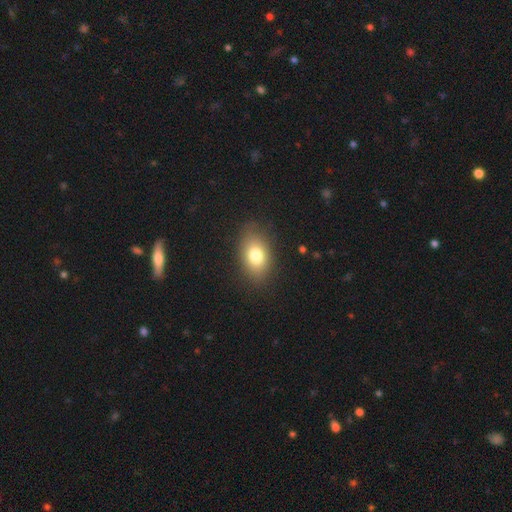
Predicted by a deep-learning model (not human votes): This is likely a smooth galaxy (78%). How rounded: clearly in between (82%). Merging: clearly none (83%).